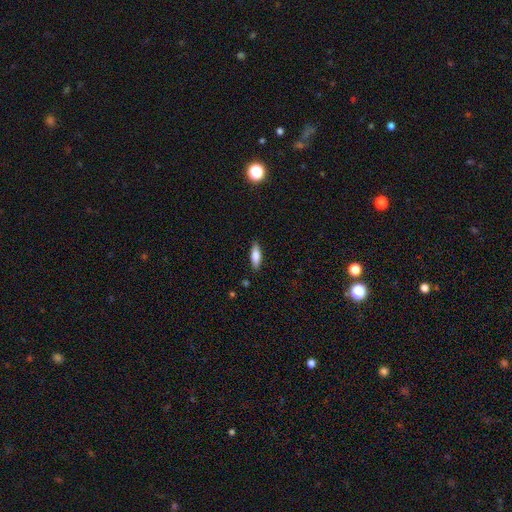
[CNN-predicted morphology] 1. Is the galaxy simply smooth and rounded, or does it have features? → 75% smooth, 18% featured or disk, 6% star or artifact.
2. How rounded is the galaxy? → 57% in between, 41% cigar-shaped, 2% round.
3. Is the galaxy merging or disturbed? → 86% none, 10% minor disturbance, 2% major disturbance, 1% merger.